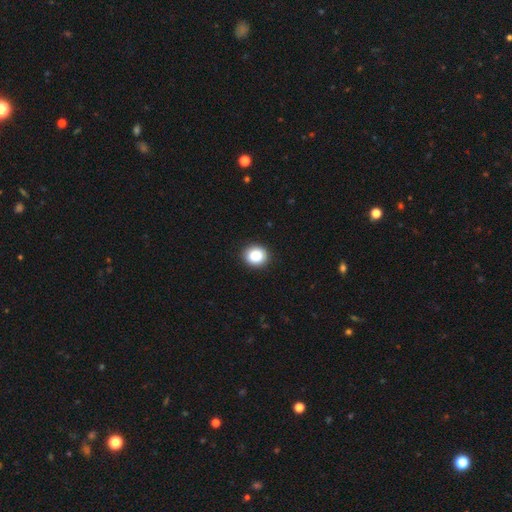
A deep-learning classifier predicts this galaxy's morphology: A smooth galaxy with no disk features (87%) that is round (81%). Merging: none (92%).